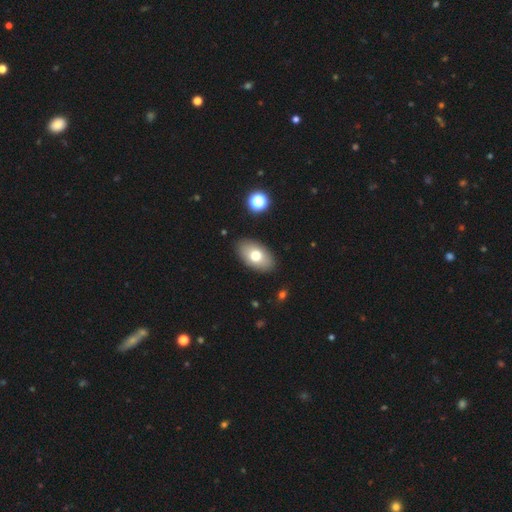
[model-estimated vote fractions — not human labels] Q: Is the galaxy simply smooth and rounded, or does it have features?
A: smooth — 72%.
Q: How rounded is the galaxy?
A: in between — 92%.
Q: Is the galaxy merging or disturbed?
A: none — 87%.